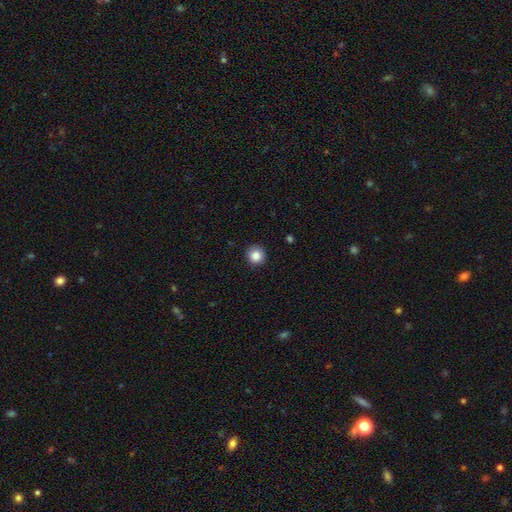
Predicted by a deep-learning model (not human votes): Smooth or featured: smooth — 85% (star or artifact — 10%)
How rounded: round — 94% (in between — 5%)
Merging: none — 91% (minor disturbance — 6%)